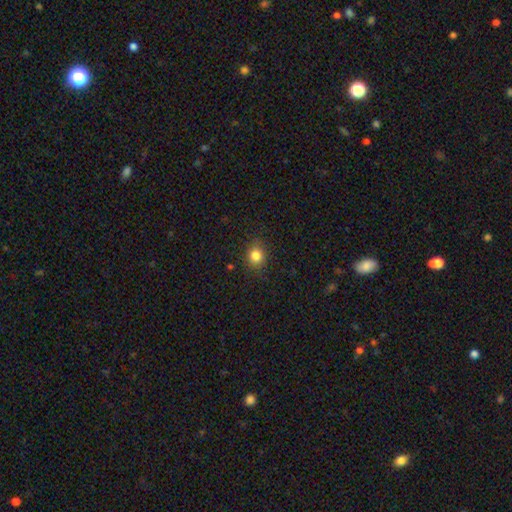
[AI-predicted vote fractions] Morphology: type=smooth (83%); roundness=round (75%); merging=none (85%).